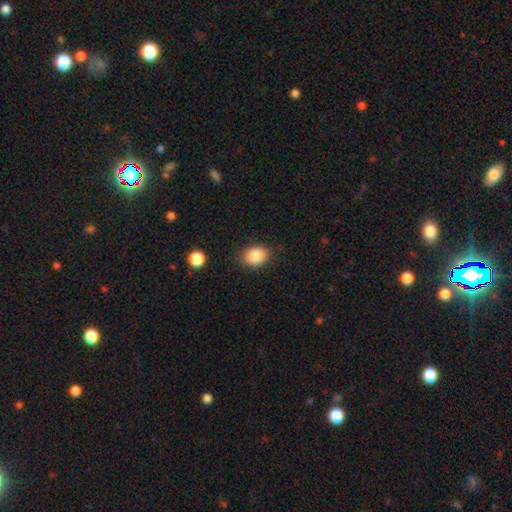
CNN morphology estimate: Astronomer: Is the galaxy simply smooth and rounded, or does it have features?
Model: smooth — 86%.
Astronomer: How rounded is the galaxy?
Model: in between — 60% (runner-up: round, 39%).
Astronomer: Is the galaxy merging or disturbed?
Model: none — 83%.